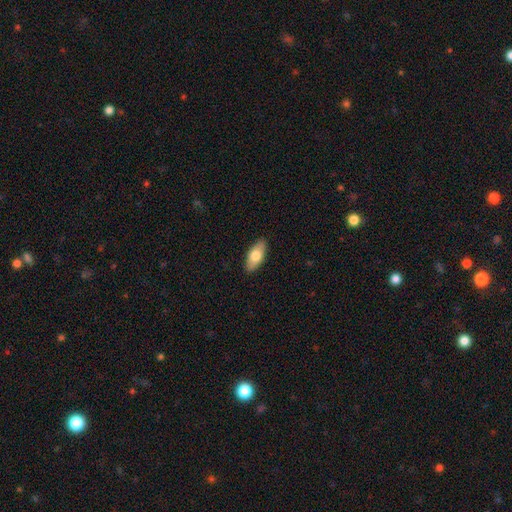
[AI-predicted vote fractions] Overall: smooth (73%). How rounded: in between (85%). Merging: none (89%).